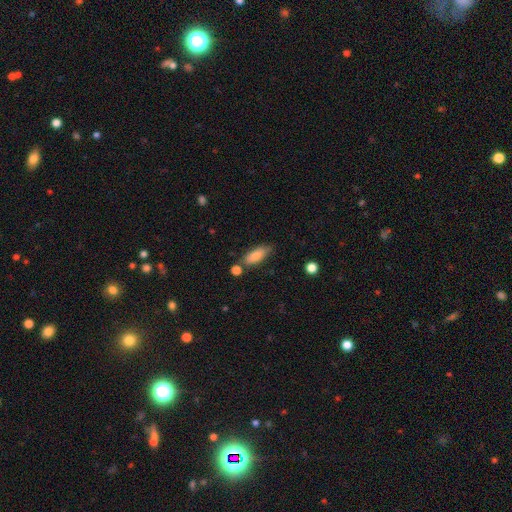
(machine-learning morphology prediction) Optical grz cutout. It shows a smooth galaxy with no disk features (81%) that is in between round and cigar-shaped (67%). Merging: none (69%).